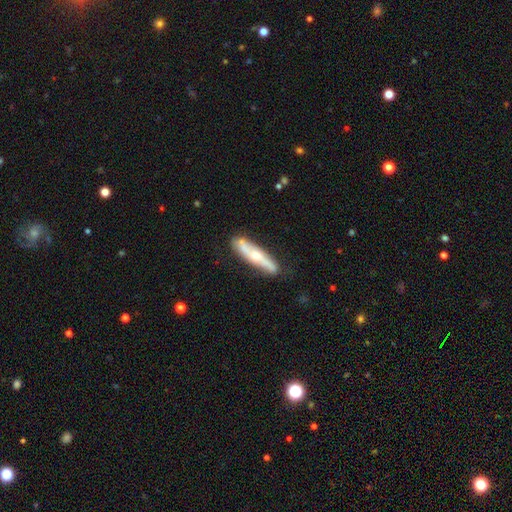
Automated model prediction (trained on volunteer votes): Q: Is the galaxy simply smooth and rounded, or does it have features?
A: featured or disk — 66%.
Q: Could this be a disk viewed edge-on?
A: yes — 64%.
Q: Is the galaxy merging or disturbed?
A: none — 82%.